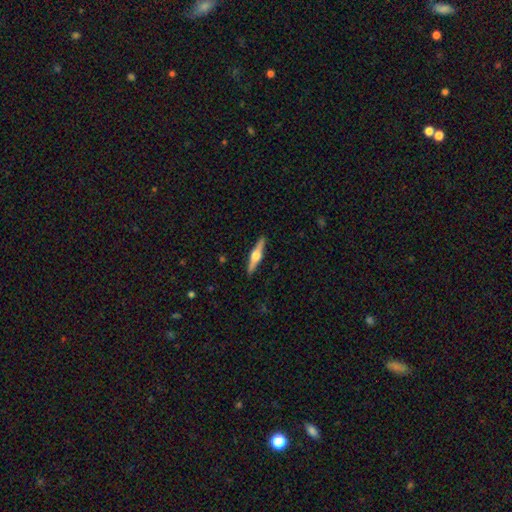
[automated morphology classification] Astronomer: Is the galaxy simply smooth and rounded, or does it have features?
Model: featured or disk — 71%.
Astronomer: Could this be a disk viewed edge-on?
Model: yes — 98%.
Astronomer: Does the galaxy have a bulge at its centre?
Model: rounded — 94%.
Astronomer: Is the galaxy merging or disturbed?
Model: none — 91%.